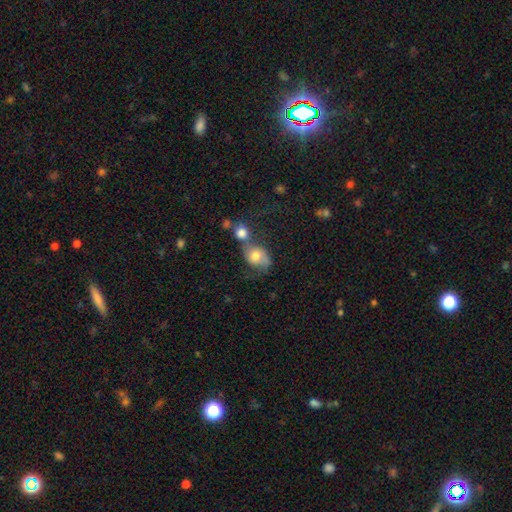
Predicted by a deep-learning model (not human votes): Smooth or featured: smooth — 59% (featured or disk — 30%)
How rounded: in between — 57% (round — 41%)
Merging: merger — 44% (none — 28%)